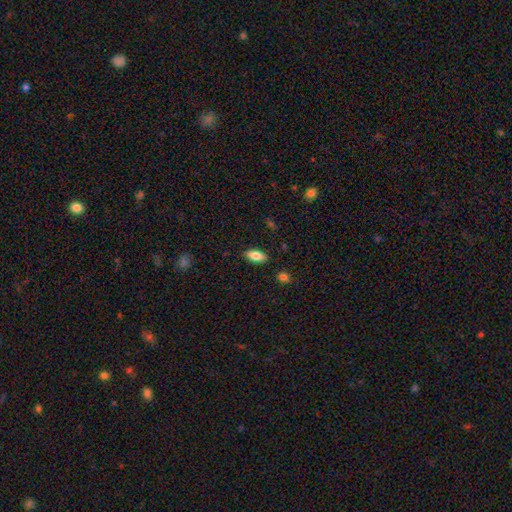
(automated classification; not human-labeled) Smooth or featured?
  - smooth: 79% *
  - featured or disk: 14%
  - star or artifact: 7%
How rounded?
  - in between: 87% *
  - cigar-shaped: 10%
  - round: 3%
Merging?
  - none: 88% *
  - minor disturbance: 9%
  - major disturbance: 2%
  - merger: 1%